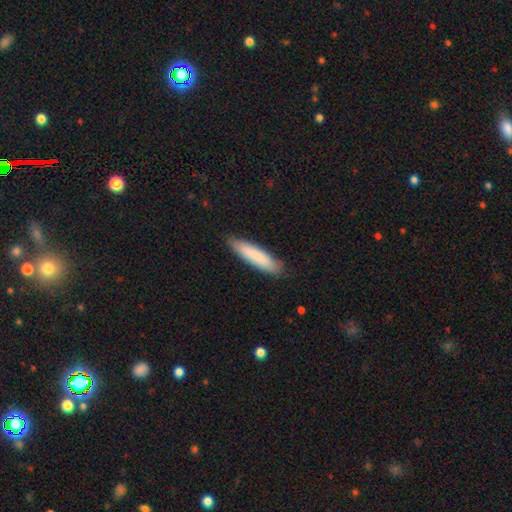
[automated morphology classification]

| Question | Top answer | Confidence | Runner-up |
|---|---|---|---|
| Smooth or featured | smooth | 85% | featured or disk (10%) |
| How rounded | cigar-shaped | 80% | in between (19%) |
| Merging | none | 87% | minor disturbance (11%) |